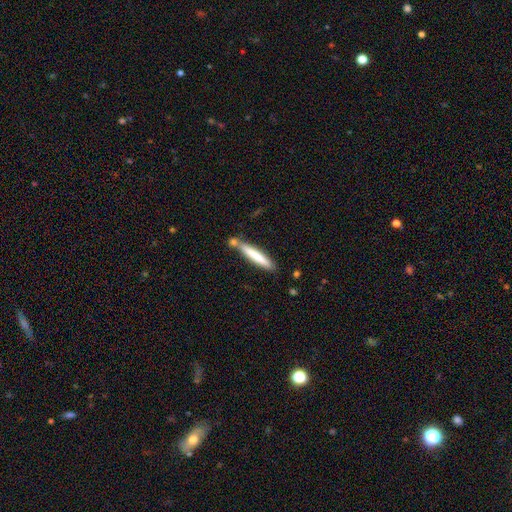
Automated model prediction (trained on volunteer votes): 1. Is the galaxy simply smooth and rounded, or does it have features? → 70% smooth, 25% featured or disk, 5% star or artifact.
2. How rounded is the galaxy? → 93% cigar-shaped, 6% in between, 1% round.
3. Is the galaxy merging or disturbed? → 65% none, 16% merger, 15% minor disturbance, 4% major disturbance.